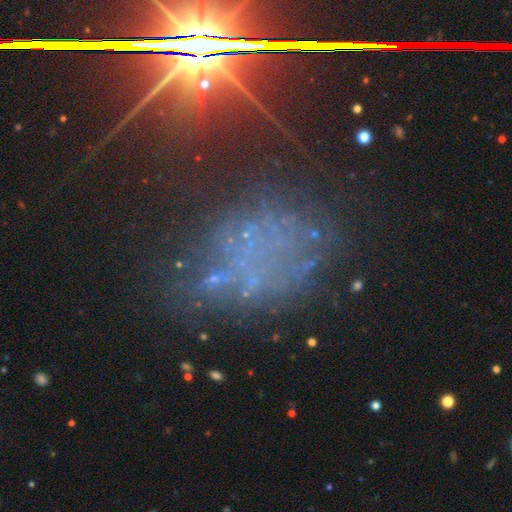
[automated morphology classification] type=star or artifact (55%).